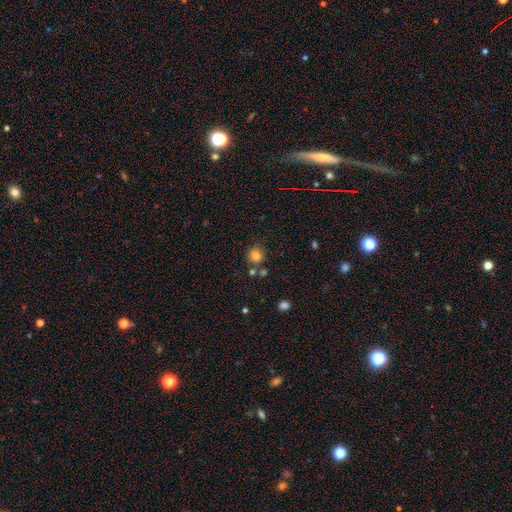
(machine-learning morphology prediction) Smooth or featured? smooth (81%)
How rounded? round (89%)
Merging? none (76%)